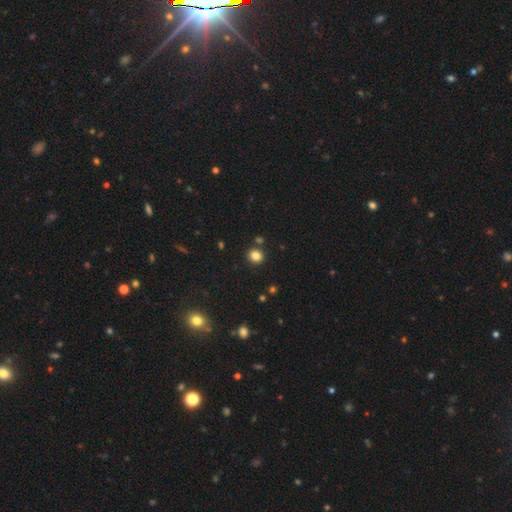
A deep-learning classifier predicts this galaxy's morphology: smooth_or_featured: smooth (p=0.83) [alt: star or artifact p=0.13]
how_rounded: round (p=0.83) [alt: in between p=0.16]
merging: none (p=0.86) [alt: minor disturbance p=0.07]